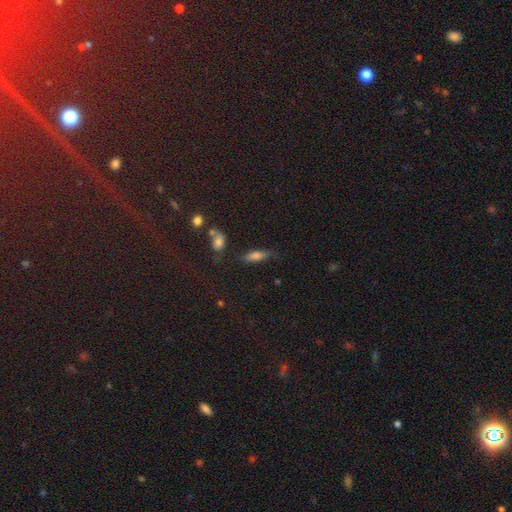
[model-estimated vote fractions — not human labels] Q: Smooth or featured?
A: smooth (65%); runner-up: featured or disk (23%)
Q: How rounded?
A: cigar-shaped (53%); runner-up: in between (43%)
Q: Merging?
A: none (68%); runner-up: minor disturbance (20%)